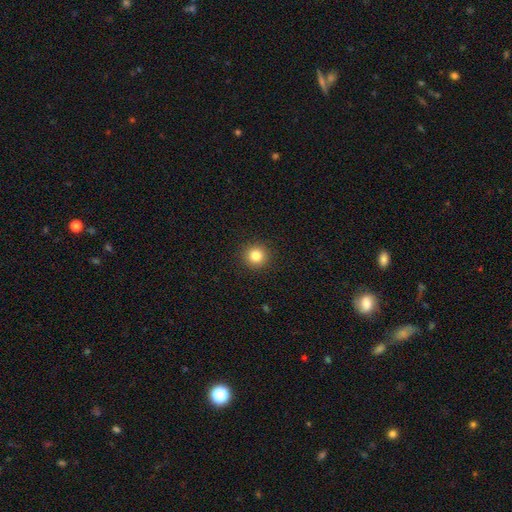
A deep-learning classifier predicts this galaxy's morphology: Smooth or featured?
  - smooth: 83% *
  - star or artifact: 11%
  - featured or disk: 6%
How rounded?
  - round: 94% *
  - in between: 5%
  - cigar-shaped: 1%
Merging?
  - none: 92% *
  - minor disturbance: 5%
  - major disturbance: 2%
  - merger: 1%